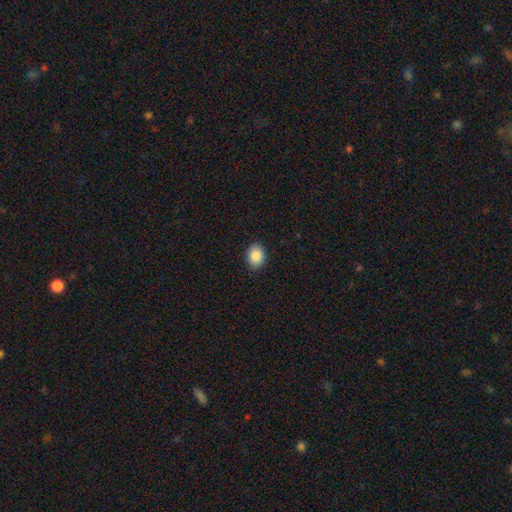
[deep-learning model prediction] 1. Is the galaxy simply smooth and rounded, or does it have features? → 88% smooth, 8% star or artifact, 4% featured or disk.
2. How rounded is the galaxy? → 64% in between, 35% round, 1% cigar-shaped.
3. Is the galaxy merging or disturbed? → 90% none, 7% minor disturbance, 2% major disturbance, 1% merger.